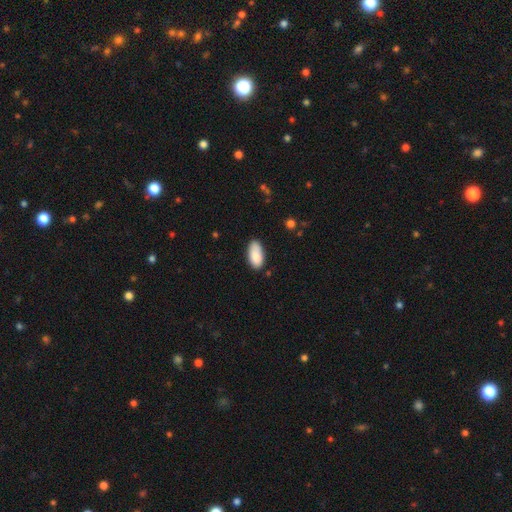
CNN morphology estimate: Smooth or featured? smooth (87%)
How rounded? in between (93%)
Merging? none (72%)